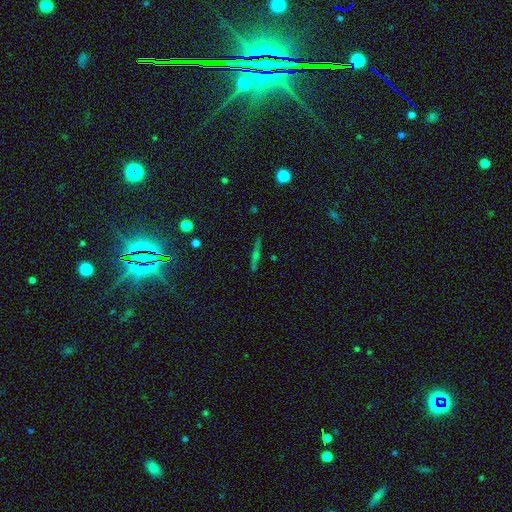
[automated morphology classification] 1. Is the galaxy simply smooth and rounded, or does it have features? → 53% featured or disk, 27% smooth, 20% star or artifact.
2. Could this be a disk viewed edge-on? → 93% yes, 7% no.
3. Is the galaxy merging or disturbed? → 86% none, 9% minor disturbance, 3% major disturbance, 2% merger.